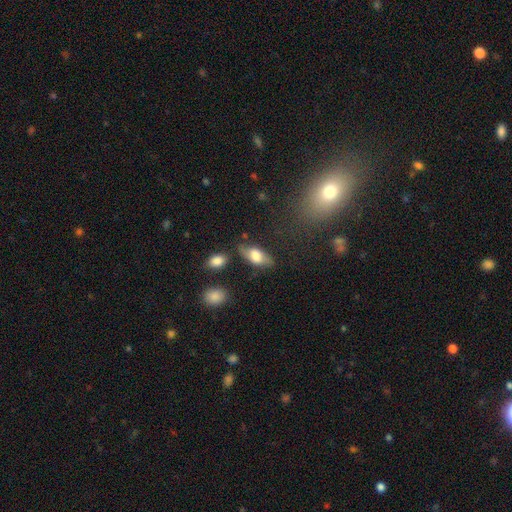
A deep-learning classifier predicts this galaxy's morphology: Smooth or featured: smooth — 63% (featured or disk — 29%)
How rounded: in between — 85% (cigar-shaped — 11%)
Merging: none — 66% (minor disturbance — 23%)